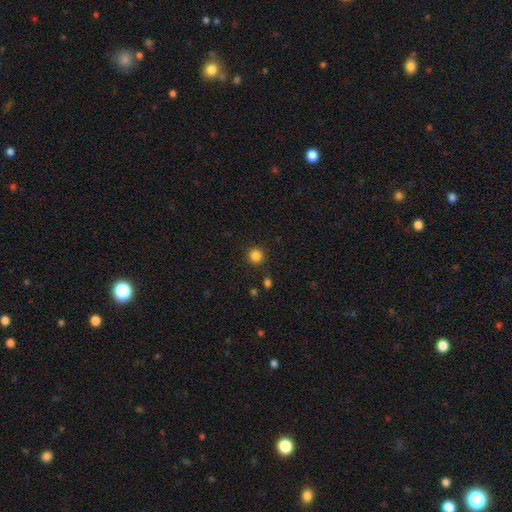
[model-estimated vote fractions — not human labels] Morphology: type=smooth (85%); roundness=round (94%); merging=none (89%).